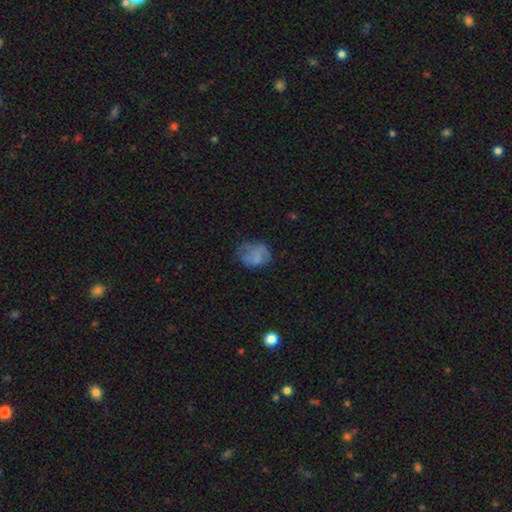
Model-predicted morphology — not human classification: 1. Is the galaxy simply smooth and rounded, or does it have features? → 61% smooth, 25% featured or disk, 13% star or artifact.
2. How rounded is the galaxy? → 63% in between, 36% round, 1% cigar-shaped.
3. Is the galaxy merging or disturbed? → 44% none, 30% minor disturbance, 23% major disturbance, 3% merger.